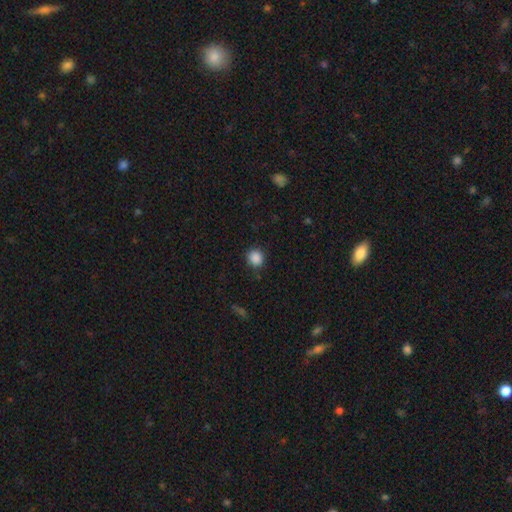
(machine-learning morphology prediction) type=smooth (87%); roundness=round (90%); merging=none (87%).